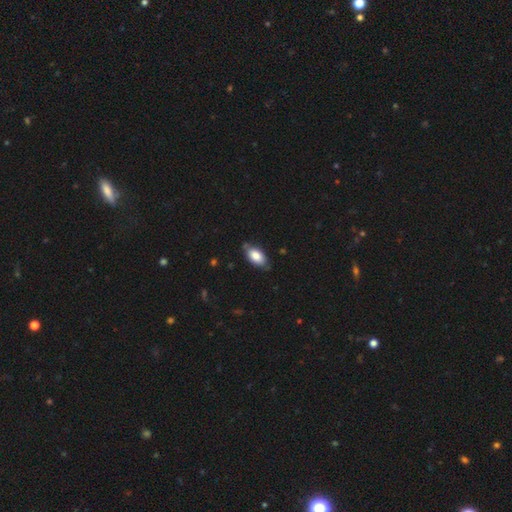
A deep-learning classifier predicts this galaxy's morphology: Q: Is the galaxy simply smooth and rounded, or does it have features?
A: smooth — 81%.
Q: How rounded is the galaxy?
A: in between — 92%.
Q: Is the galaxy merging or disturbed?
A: none — 73%.